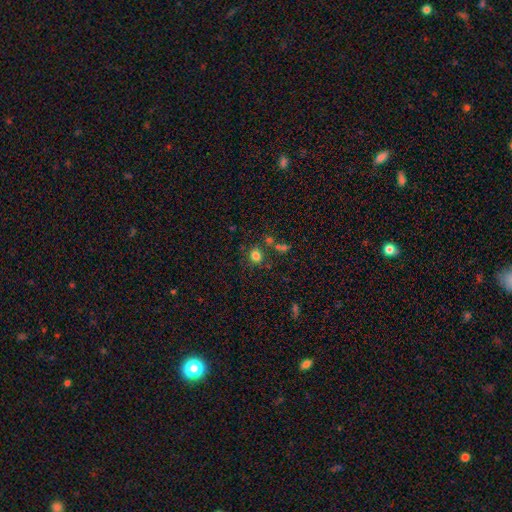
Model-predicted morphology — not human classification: Smooth or featured? smooth (79%)
How rounded? round (77%)
Merging? none (75%)